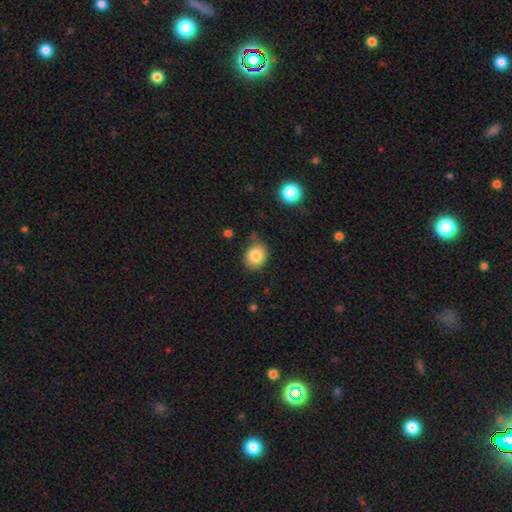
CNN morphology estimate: This is clearly a smooth galaxy (84%). How rounded: likely round (66%). Merging: likely none (78%).